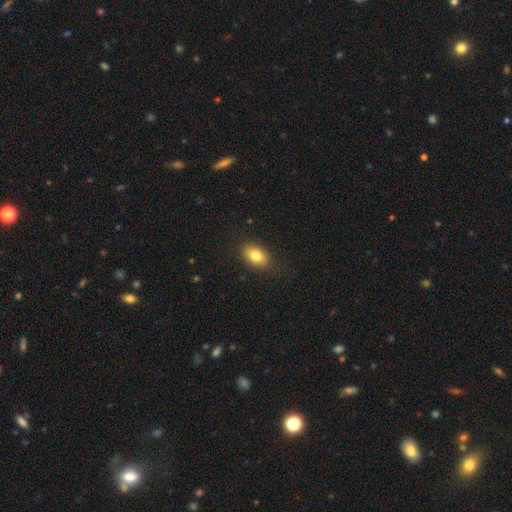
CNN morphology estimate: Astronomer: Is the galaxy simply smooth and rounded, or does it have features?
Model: smooth — 83%.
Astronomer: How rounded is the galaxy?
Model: in between — 84%.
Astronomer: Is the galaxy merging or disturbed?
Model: none — 86%.